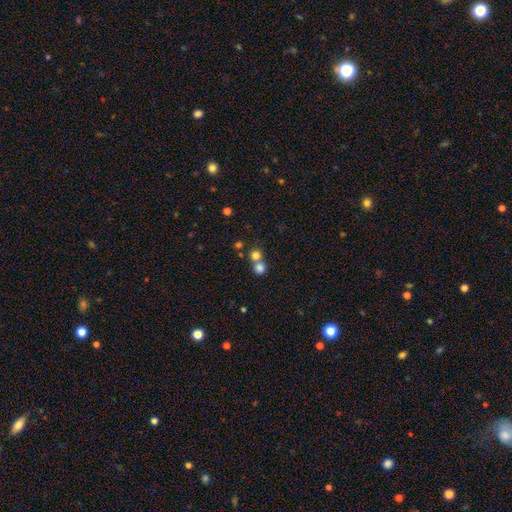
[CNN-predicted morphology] Smooth or featured? Predicted: smooth (p=0.78). How rounded? Predicted: round (p=0.89). Merging? Predicted: none (p=0.49).